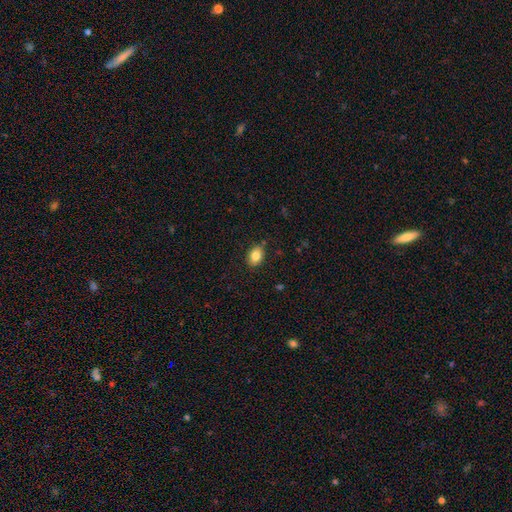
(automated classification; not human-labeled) smooth-or-featured: smooth: 84% | star or artifact: 9% | featured or disk: 8%
  how-rounded: in between: 78% | round: 20% | cigar-shaped: 1%
  merging: none: 84% | minor disturbance: 12% | major disturbance: 2% | merger: 2%